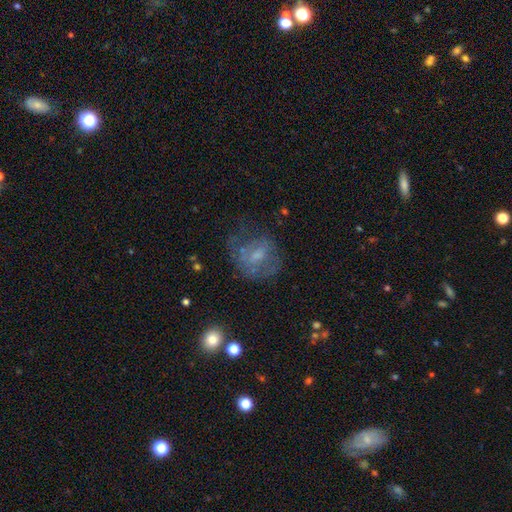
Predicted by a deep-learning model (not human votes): Overall: featured or disk (50%; smooth 37%). Merging: none (45%; major disturbance 29%).